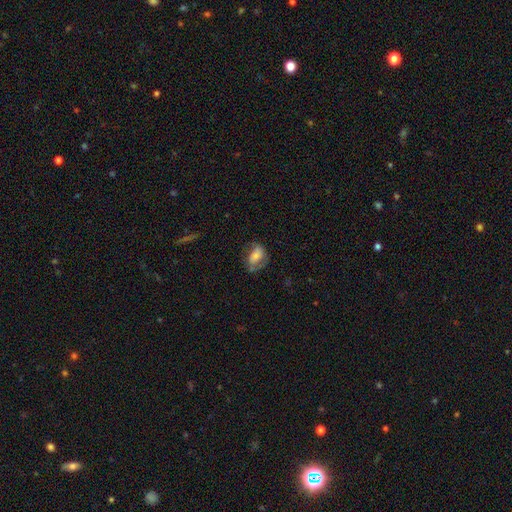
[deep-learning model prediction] smooth-or-featured: smooth: 48% | featured or disk: 44% | star or artifact: 8%
  merging: none: 53% | minor disturbance: 26% | major disturbance: 19% | merger: 2%